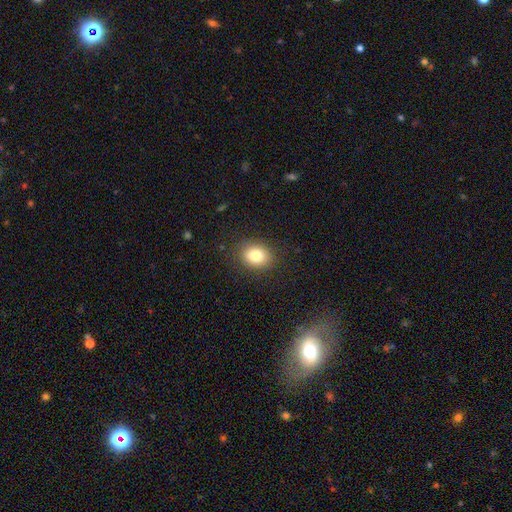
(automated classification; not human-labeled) The model was most divided on "how rounded": in between: 52%, round: 47%, cigar-shaped: 1%. More confident: merging — none (87%); smooth or featured — smooth (82%).